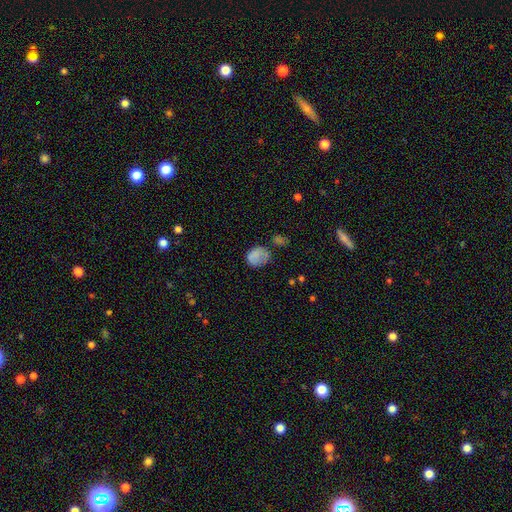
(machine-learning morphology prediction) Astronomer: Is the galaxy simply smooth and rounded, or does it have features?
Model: smooth — 76%.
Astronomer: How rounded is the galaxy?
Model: round — 52% (runner-up: in between, 47%).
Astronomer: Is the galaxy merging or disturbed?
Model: none — 47% (runner-up: minor disturbance, 30%).